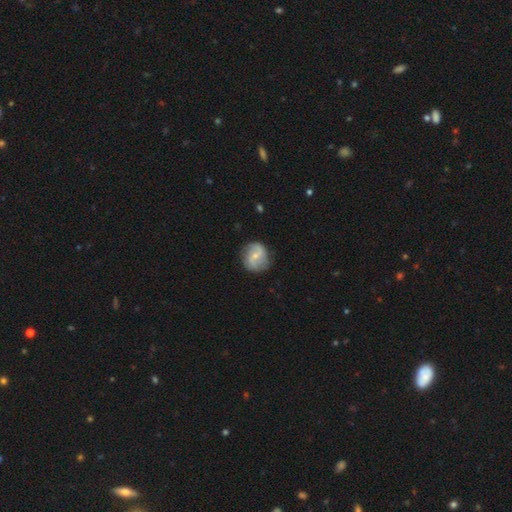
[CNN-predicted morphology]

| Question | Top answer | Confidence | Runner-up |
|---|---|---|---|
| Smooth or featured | featured or disk | 65% | smooth (29%) |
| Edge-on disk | no | 97% | yes (3%) |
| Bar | weak | 52% | no (27%) |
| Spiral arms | yes | 86% | no (14%) |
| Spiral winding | loose | 47% | medium (37%) |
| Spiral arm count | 2 | 85% | can't tell (8%) |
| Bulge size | small | 62% | moderate (31%) |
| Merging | none | 78% | minor disturbance (16%) |